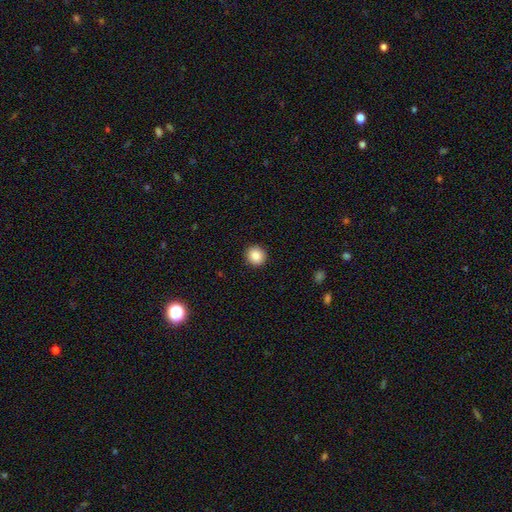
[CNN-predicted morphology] This is clearly a smooth galaxy (88%). How rounded: clearly round (90%). Merging: clearly none (92%).